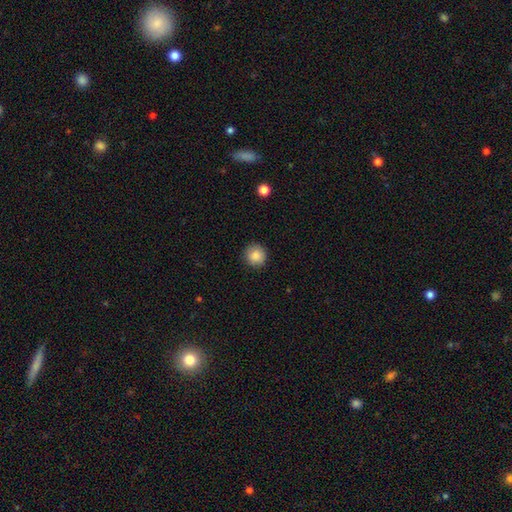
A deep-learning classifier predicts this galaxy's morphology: The model was most divided on "smooth or featured": smooth: 87%, star or artifact: 8%, featured or disk: 4%. More confident: how rounded — round (94%); merging — none (90%).